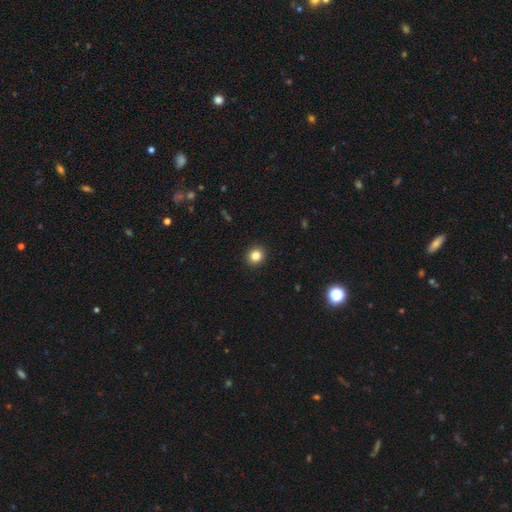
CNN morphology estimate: A smooth galaxy with no disk features (83%) that is round (81%).

Vote fractions:
- Smooth or featured? smooth: 83% / star or artifact: 11% / featured or disk: 6%
- How rounded? round: 81% / in between: 18% / cigar-shaped: 1%
- Merging? none: 93% / minor disturbance: 5% / major disturbance: 2% / merger: 1%